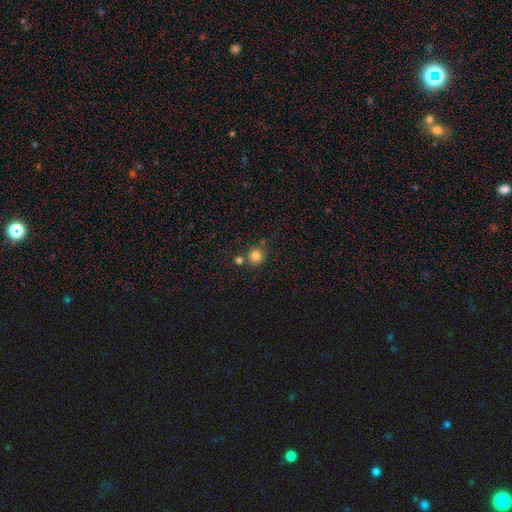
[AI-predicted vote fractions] Overall: smooth (81%). How rounded: round (93%). Merging: none (71%).